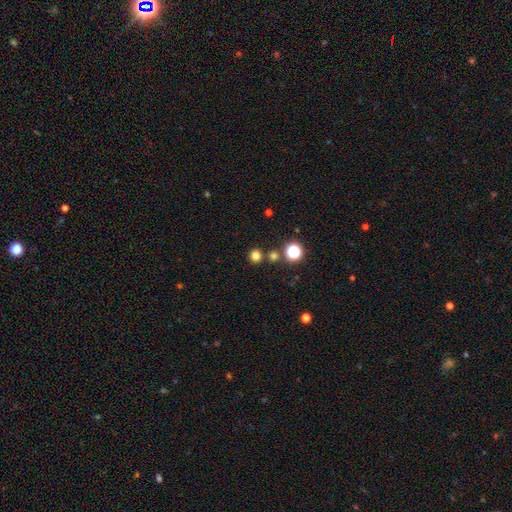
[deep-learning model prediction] smooth 77%, star or artifact 19%, featured or disk 5%. Down the decision tree: how rounded — round (91%); merging — none (82%).